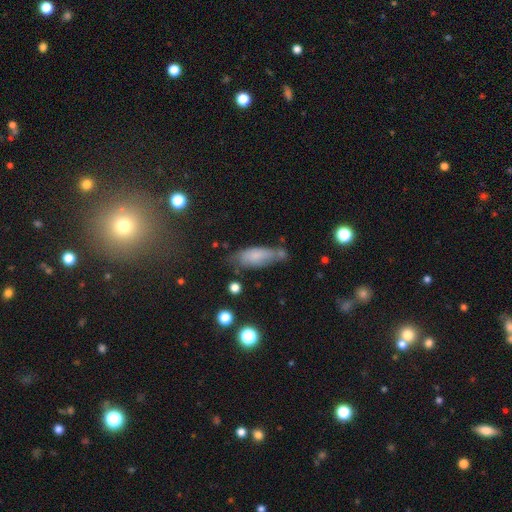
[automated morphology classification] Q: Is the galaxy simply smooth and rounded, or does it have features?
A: smooth — 72%.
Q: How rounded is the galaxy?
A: in between — 67%.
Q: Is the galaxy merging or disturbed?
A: none — 53%.